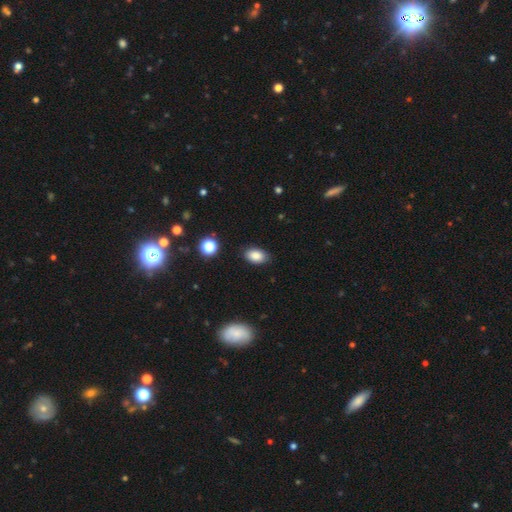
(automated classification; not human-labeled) Smooth or featured? smooth (86%)
How rounded? in between (87%)
Merging? none (85%)